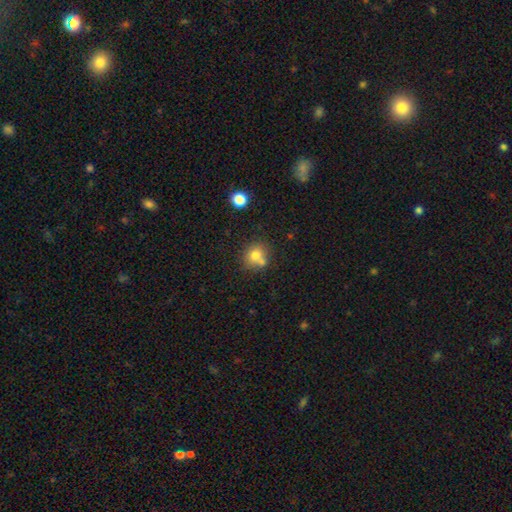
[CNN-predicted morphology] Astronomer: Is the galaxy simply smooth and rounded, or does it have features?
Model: smooth — 75%.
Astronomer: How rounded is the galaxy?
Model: round — 74%.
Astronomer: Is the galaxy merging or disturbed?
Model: none — 56%.